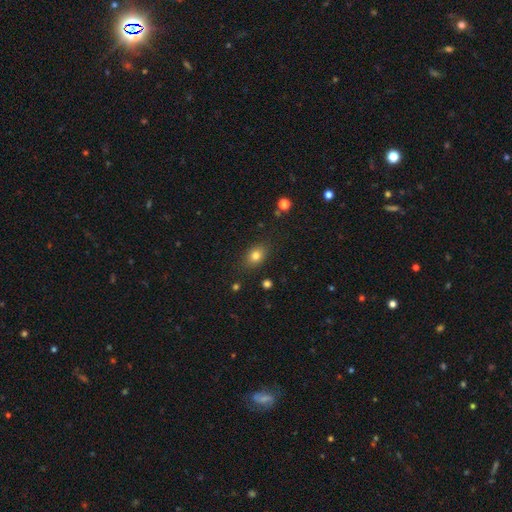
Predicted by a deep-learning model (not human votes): A smooth galaxy with no disk features (80%) that is in between round and cigar-shaped (67%).

Vote fractions:
- Smooth or featured? smooth: 80% / star or artifact: 11% / featured or disk: 9%
- How rounded? in between: 67% / round: 31% / cigar-shaped: 2%
- Merging? none: 83% / minor disturbance: 12% / major disturbance: 3% / merger: 2%